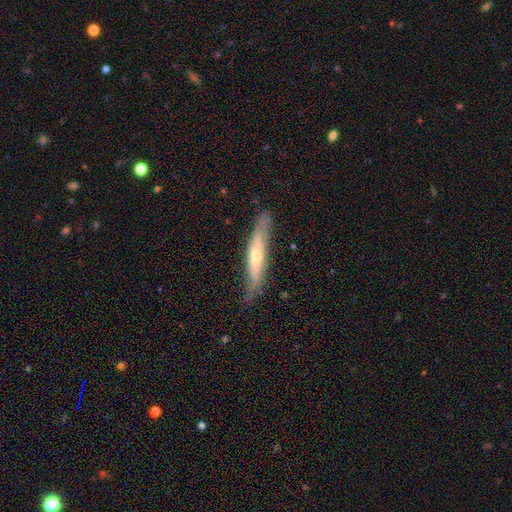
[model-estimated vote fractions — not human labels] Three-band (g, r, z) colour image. It shows a featured or disk galaxy (54%) viewed edge-on (78%). Merging: none (75%).